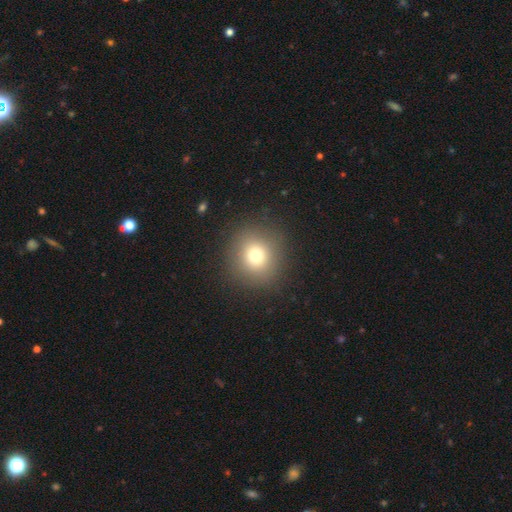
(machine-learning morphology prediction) smooth-or-featured: smooth: 74% | star or artifact: 15% | featured or disk: 11%
  how-rounded: round: 92% | in between: 7% | cigar-shaped: 1%
  merging: none: 89% | minor disturbance: 7% | major disturbance: 3% | merger: 1%